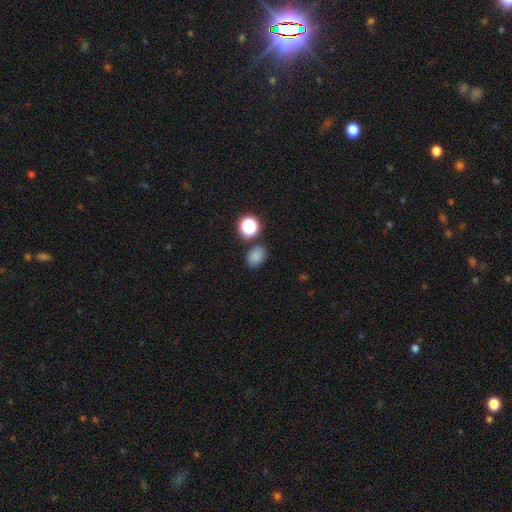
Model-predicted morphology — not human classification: smooth-or-featured: smooth: 80% | star or artifact: 14% | featured or disk: 5%
  how-rounded: in between: 65% | round: 34% | cigar-shaped: 1%
  merging: none: 78% | minor disturbance: 12% | merger: 7% | major disturbance: 3%